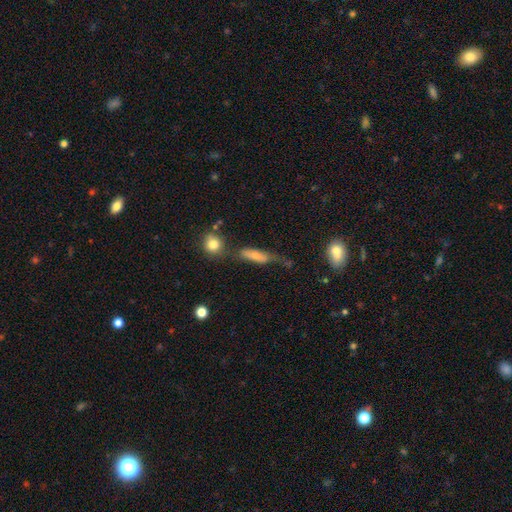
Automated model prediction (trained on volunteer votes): smooth 63%, featured or disk 27%, star or artifact 10%. Down the decision tree: how rounded — cigar-shaped (50%); merging — none (38%).